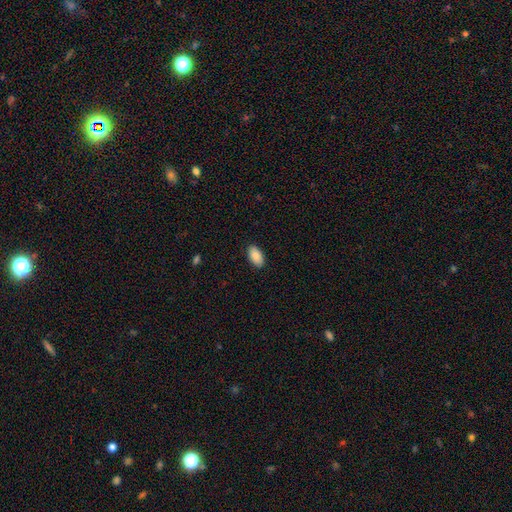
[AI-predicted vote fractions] A smooth galaxy with no disk features (88%) that is in between round and cigar-shaped (95%).

Vote fractions:
- Smooth or featured? smooth: 88% / star or artifact: 7% / featured or disk: 6%
- How rounded? in between: 95% / round: 3% / cigar-shaped: 2%
- Merging? none: 89% / minor disturbance: 8% / major disturbance: 2% / merger: 1%